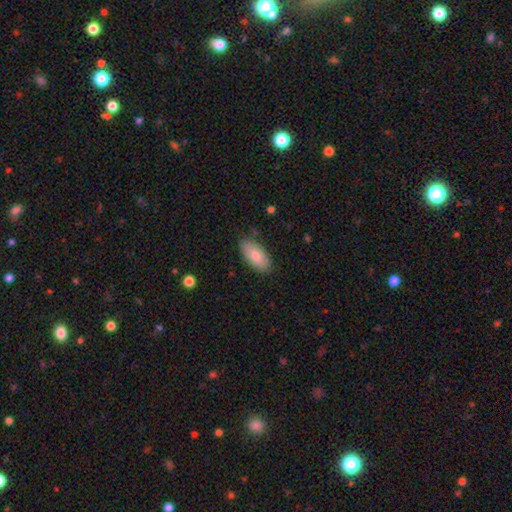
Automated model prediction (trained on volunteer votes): smooth-or-featured: smooth: 84% | featured or disk: 11% | star or artifact: 6%
  how-rounded: in between: 92% | cigar-shaped: 6% | round: 2%
  merging: none: 82% | minor disturbance: 14% | major disturbance: 3% | merger: 1%